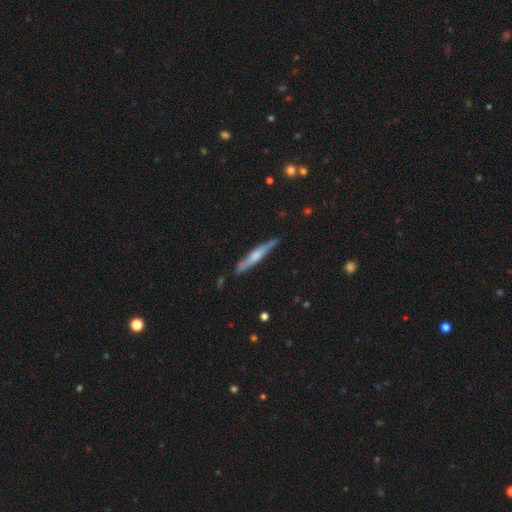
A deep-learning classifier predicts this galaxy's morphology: smooth_or_featured: featured or disk (p=0.61) [alt: smooth p=0.34]
disk_edge_on: yes (p=0.96) [alt: no p=0.04]
edge_on_bulge: rounded (p=0.71) [alt: none p=0.17]
merging: none (p=0.86) [alt: minor disturbance p=0.11]